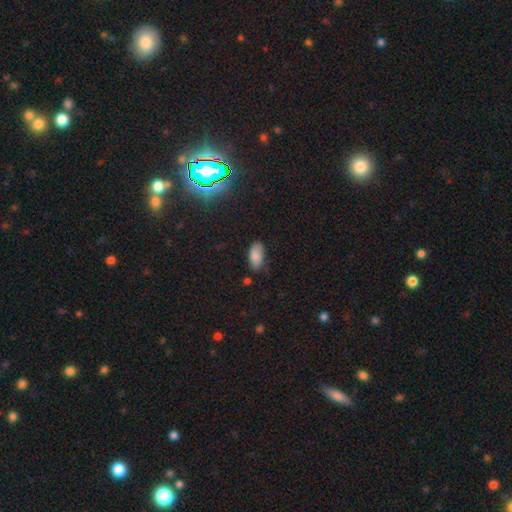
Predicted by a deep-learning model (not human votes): Smooth or featured? smooth (83%)
How rounded? in between (94%)
Merging? none (71%)